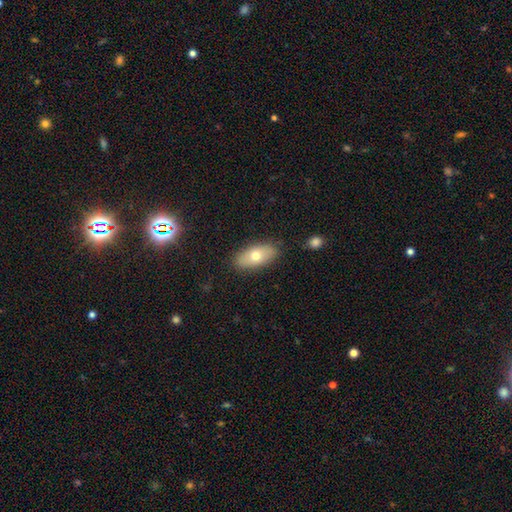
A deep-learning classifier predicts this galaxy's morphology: Smooth or featured: smooth — 70% (featured or disk — 23%)
How rounded: in between — 87% (cigar-shaped — 9%)
Merging: none — 85% (minor disturbance — 11%)